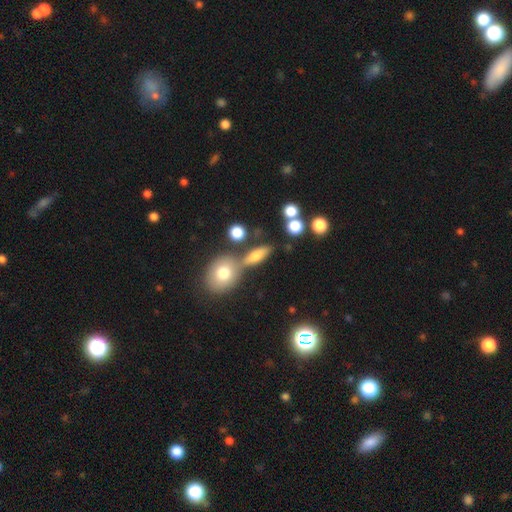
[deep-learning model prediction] This is likely a smooth galaxy (67%). How rounded: possibly in between (53%). Merging: likely none (61%).